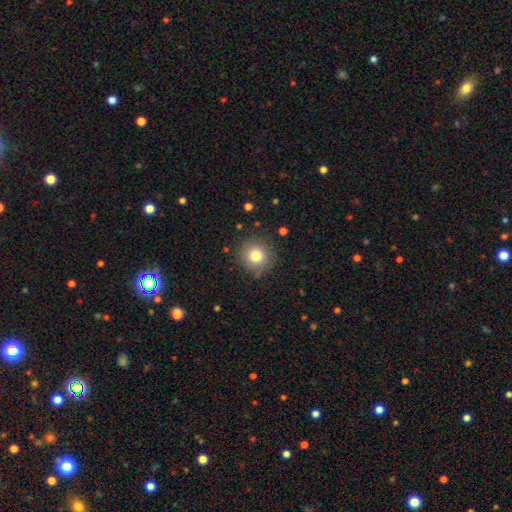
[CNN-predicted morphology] Smooth or featured? Predicted: smooth (p=0.79). How rounded? Predicted: round (p=0.93). Merging? Predicted: none (p=0.86).